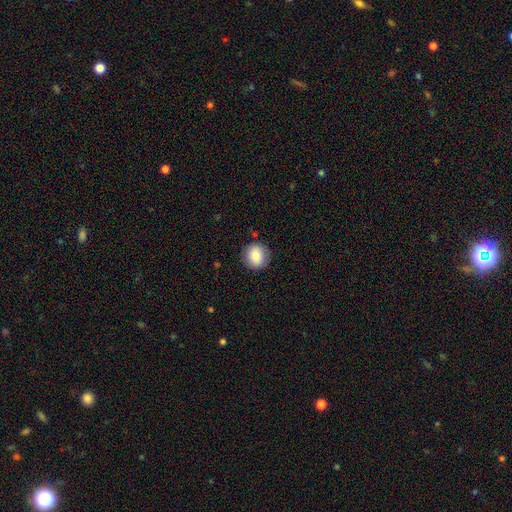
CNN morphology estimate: A smooth galaxy with no disk features (82%) that is round (89%).

Vote fractions:
- Smooth or featured? smooth: 82% / featured or disk: 9% / star or artifact: 8%
- How rounded? round: 89% / in between: 10% / cigar-shaped: 1%
- Merging? none: 87% / minor disturbance: 9% / major disturbance: 2% / merger: 1%